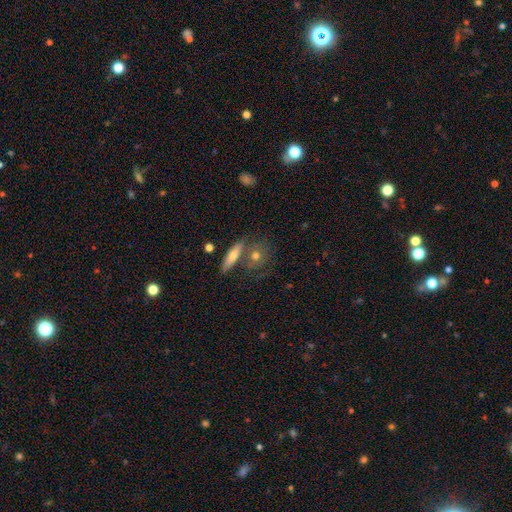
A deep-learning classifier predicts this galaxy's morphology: Smooth or featured? Predicted: smooth (p=0.60). How rounded? Predicted: round (p=0.53). Merging? Predicted: none (p=0.57).